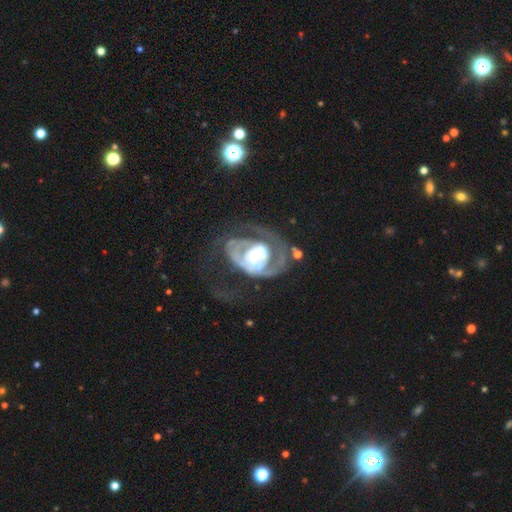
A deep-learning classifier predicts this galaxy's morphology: The model was most divided on "spiral arm count": 1: 32%, 2: 30%, can't tell: 27%, 3: 6%, 4: 3%, more than 4: 2%. Remaining: edge-on disk — no (97%); smooth or featured — featured or disk (80%); bar — no (73%); spiral arms — yes (71%); merging — major disturbance (52%); bulge size — moderate (50%); spiral winding — tight (43%).